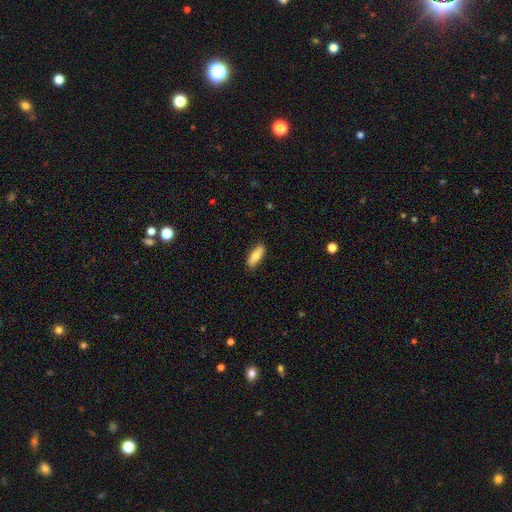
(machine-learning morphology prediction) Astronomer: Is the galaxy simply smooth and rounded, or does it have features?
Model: smooth — 76%.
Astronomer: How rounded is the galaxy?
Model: in between — 60% (runner-up: cigar-shaped, 38%).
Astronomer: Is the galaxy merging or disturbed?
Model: none — 86%.